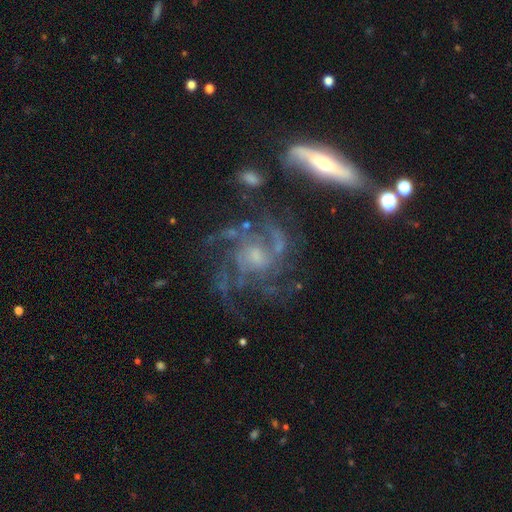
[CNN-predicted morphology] A featured or disk galaxy (87%) with no bar (63%), 3 (24%) medium (43%) spiral arms (95%) and a small central bulge (48%). Merging: none (60%).